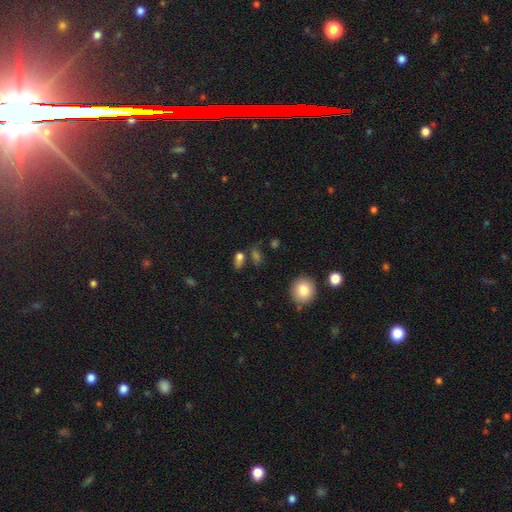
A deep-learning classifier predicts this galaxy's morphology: smooth-or-featured: smooth: 59% | star or artifact: 27% | featured or disk: 14%
  how-rounded: in between: 57% | round: 35% | cigar-shaped: 8%
  merging: none: 68% | merger: 14% | minor disturbance: 12% | major disturbance: 7%